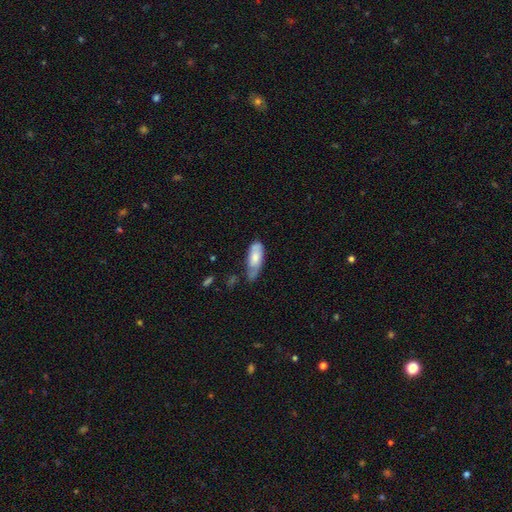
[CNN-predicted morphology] Smooth or featured? smooth (63%)
How rounded? in between (75%)
Merging? minor disturbance (40%, tied with none)